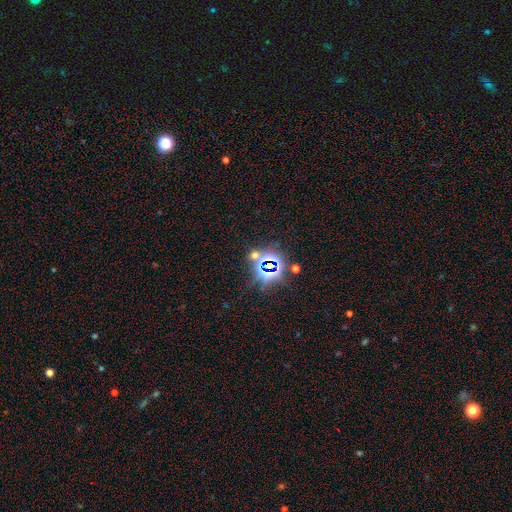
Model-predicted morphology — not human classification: A star or artifact, not a galaxy (70%).

Vote fractions:
- Smooth or featured? star or artifact: 70% / smooth: 22% / featured or disk: 8%